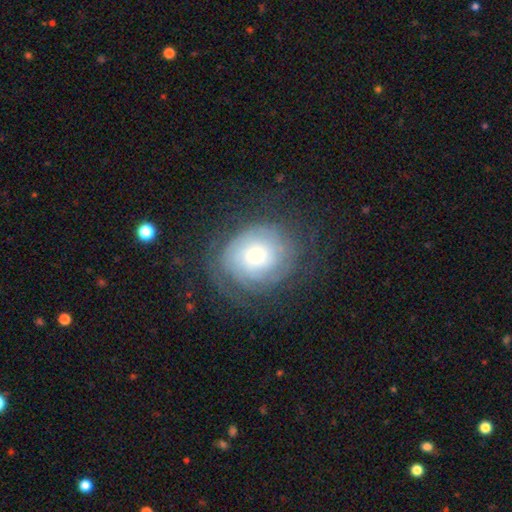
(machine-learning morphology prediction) Smooth or featured: featured or disk — 65% (smooth — 27%)
Edge-on disk: no — 97% (yes — 3%)
Bar: no — 80% (weak — 16%)
Spiral arms: yes — 86% (no — 14%)
Spiral winding: tight — 69% (medium — 21%)
Spiral arm count: can't tell — 50% (2 — 21%)
Bulge size: moderate — 43% (small — 32%)
Merging: none — 67% (minor disturbance — 18%)